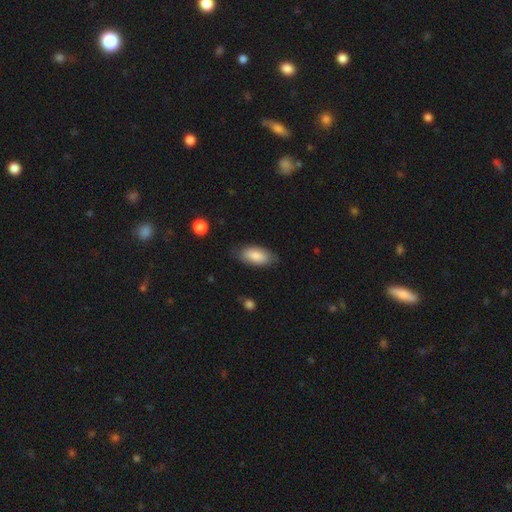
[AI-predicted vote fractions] smooth 85%, featured or disk 9%, star or artifact 6%. Down the decision tree: how rounded — in between (90%); merging — none (78%).